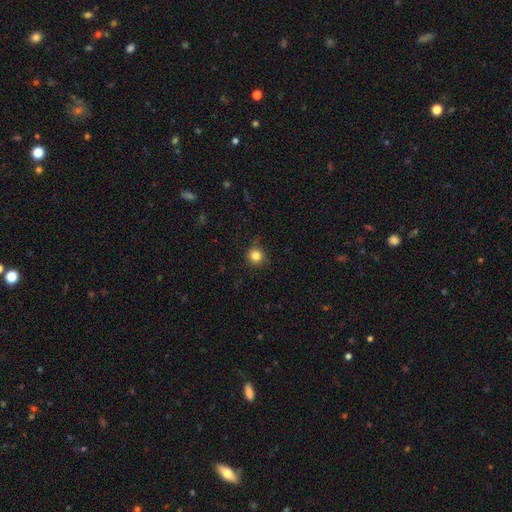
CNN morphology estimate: A smooth galaxy with no disk features (83%) that is round (93%). Merging: none (85%).